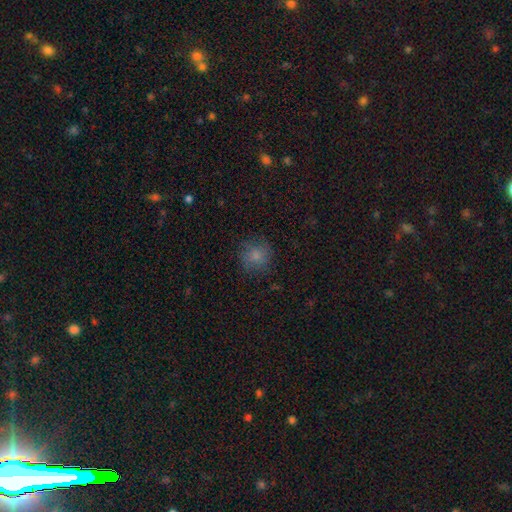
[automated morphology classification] Smooth or featured? smooth (80%)
How rounded? round (89%)
Merging? none (79%)